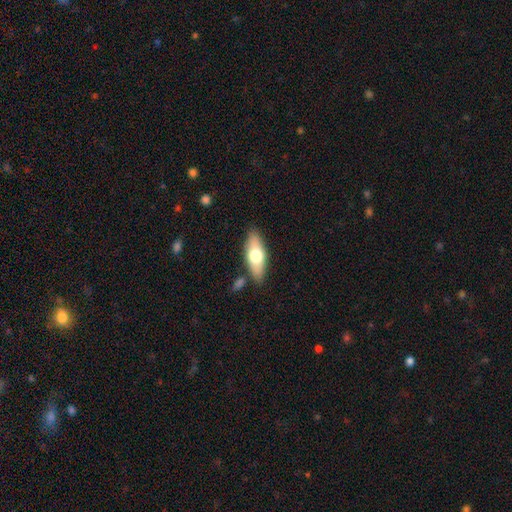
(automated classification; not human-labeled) A smooth galaxy with no disk features (63%) that is in between round and cigar-shaped (71%). Merging: none (81%).